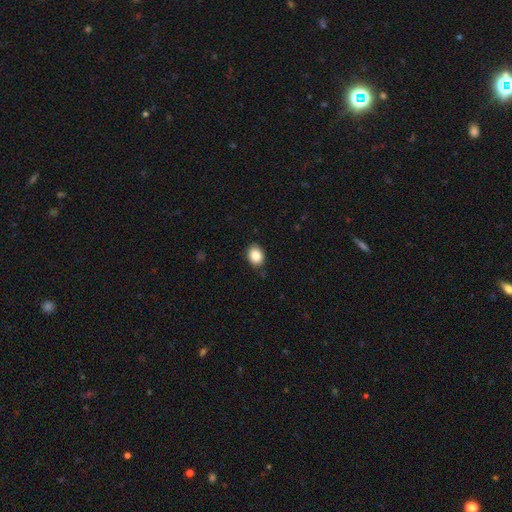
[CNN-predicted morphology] Smooth or featured? smooth (86%)
How rounded? in between (58%)
Merging? none (87%)